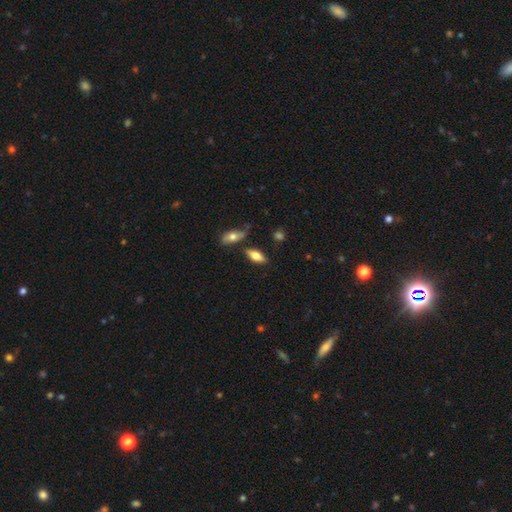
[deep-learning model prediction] Morphology: type=smooth (66%); roundness=in between (77%); merging=none (74%).